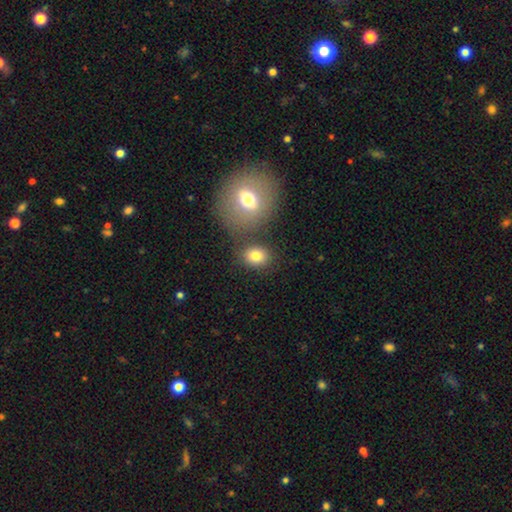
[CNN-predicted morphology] type=smooth (80%); roundness=round (52%); merging=none (70%).